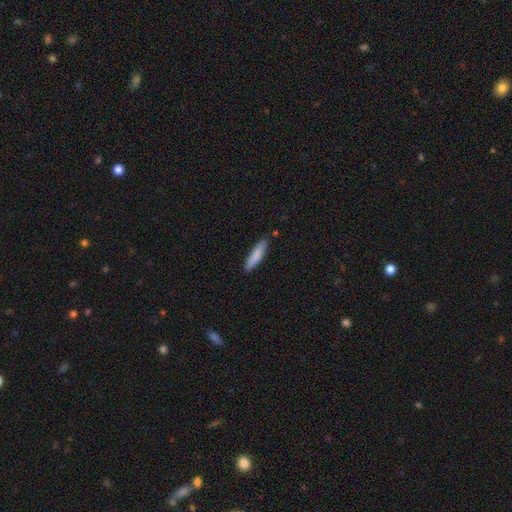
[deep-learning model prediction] Smooth or featured? Predicted: smooth (p=0.84). How rounded? Predicted: cigar-shaped (p=0.79). Merging? Predicted: none (p=0.85).